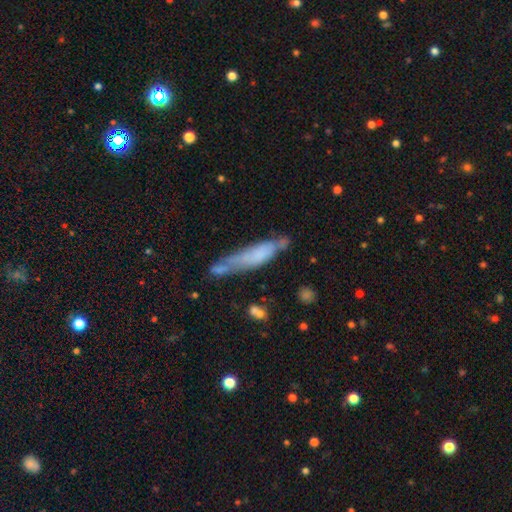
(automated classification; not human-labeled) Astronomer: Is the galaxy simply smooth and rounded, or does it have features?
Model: smooth — 56% (runner-up: featured or disk, 36%).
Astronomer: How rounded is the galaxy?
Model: cigar-shaped — 78%.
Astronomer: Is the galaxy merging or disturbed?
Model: none — 41% (runner-up: minor disturbance, 29%).